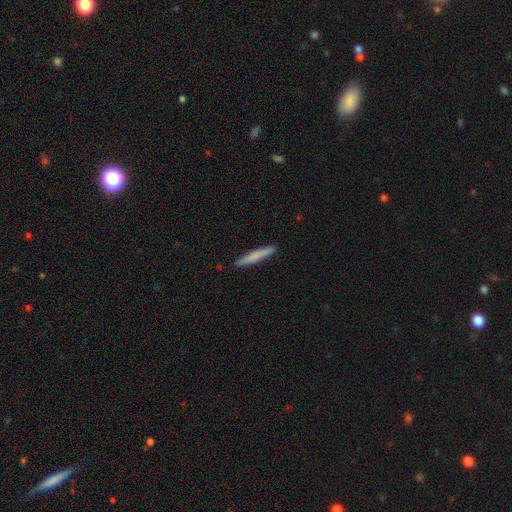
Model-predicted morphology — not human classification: type=smooth (75%); roundness=cigar-shaped (95%); merging=none (91%).